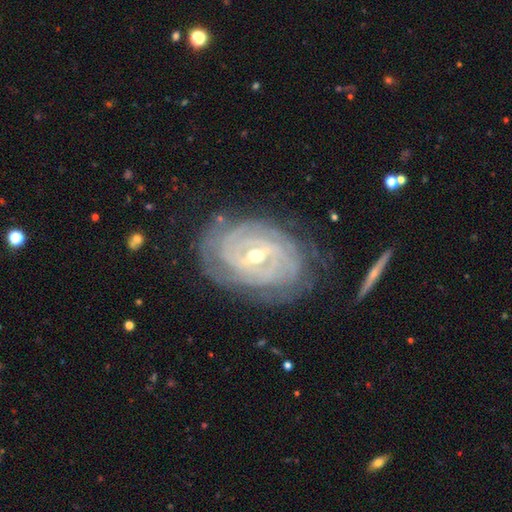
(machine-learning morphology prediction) type=featured or disk (89%); edge-on=no (96%); bar=weak (47%); spiral arms=yes (97%); winding=tight (81%); arm count=can't tell (29%); bulge=moderate (53%); merging=none (76%).